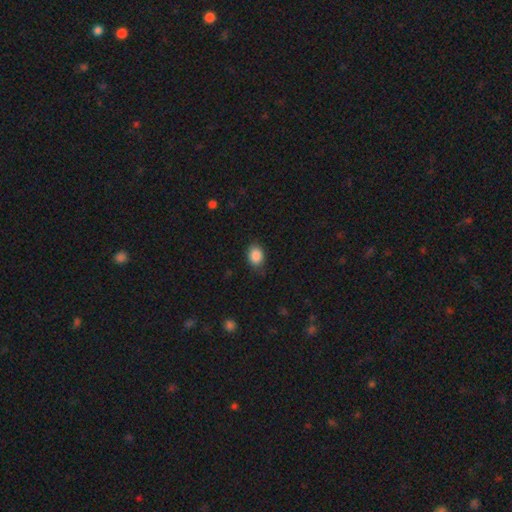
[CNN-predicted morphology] Q: Smooth or featured?
A: smooth (88%); runner-up: star or artifact (8%)
Q: How rounded?
A: in between (62%); runner-up: round (37%)
Q: Merging?
A: none (80%); runner-up: minor disturbance (16%)